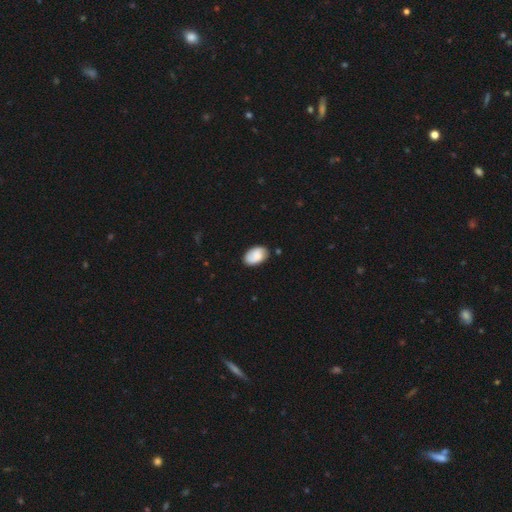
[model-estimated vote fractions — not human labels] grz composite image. It shows a smooth galaxy with no disk features (73%) that is in between round and cigar-shaped (90%). Merging: none (78%).